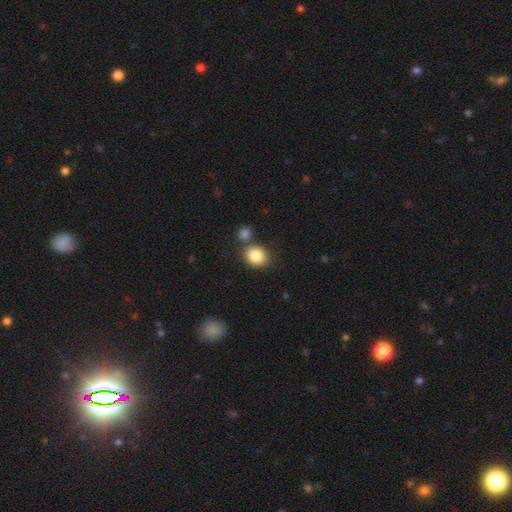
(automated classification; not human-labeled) This is clearly a smooth galaxy (85%). How rounded: likely round (70%). Merging: likely none (69%).